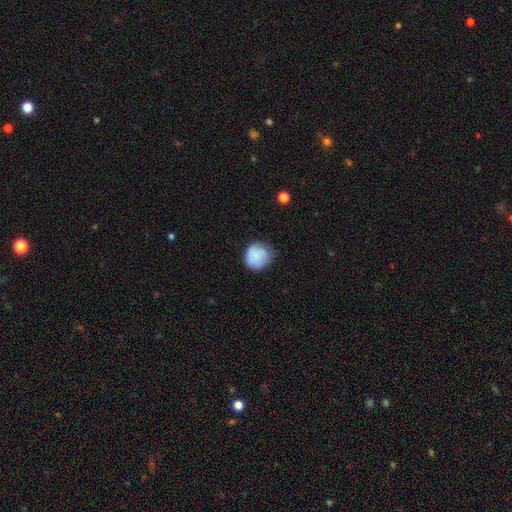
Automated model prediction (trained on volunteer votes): Smooth or featured? smooth (73%)
How rounded? round (86%)
Merging? none (70%)